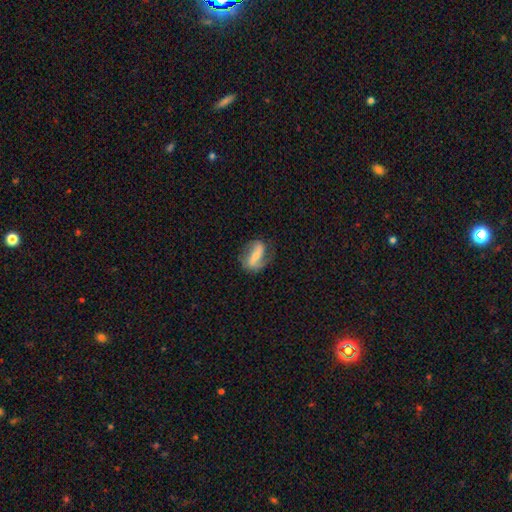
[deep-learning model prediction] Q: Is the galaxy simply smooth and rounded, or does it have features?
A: featured or disk — 63%.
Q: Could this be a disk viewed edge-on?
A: no — 91%.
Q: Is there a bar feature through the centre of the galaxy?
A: strong — 55%.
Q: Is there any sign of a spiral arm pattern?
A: yes — 80%.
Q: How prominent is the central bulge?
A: small — 52%.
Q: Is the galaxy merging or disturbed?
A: none — 64%.